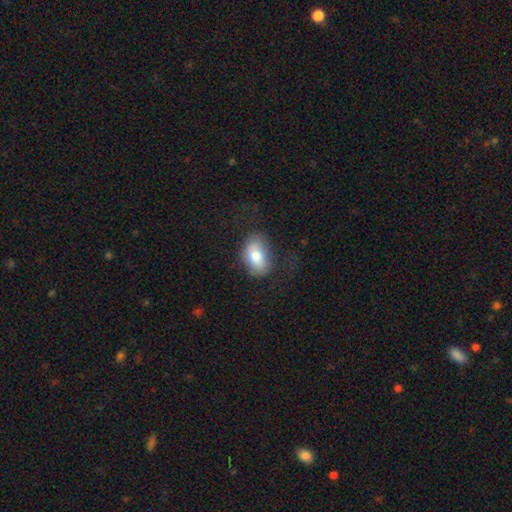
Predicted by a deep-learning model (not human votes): Overall: smooth (77%). How rounded: in between (89%). Merging: none (65%).